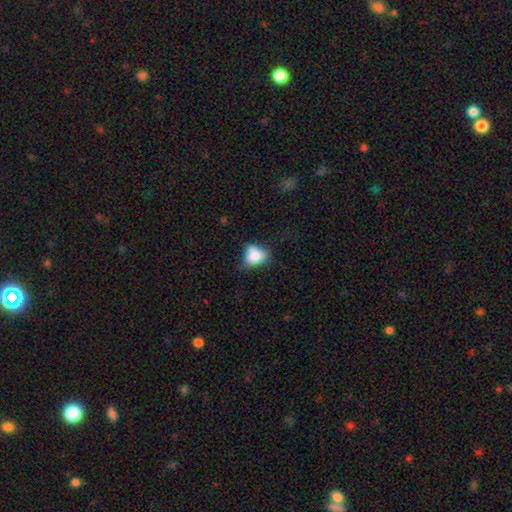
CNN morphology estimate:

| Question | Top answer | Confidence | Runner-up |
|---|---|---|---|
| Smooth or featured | smooth | 73% | featured or disk (17%) |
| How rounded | in between | 63% | round (35%) |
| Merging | none | 38% | minor disturbance (26%) |